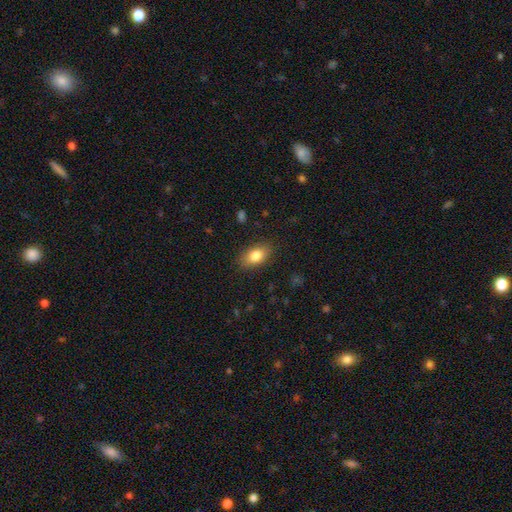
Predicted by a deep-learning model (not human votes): A smooth galaxy with no disk features (82%) that is in between round and cigar-shaped (90%).

Vote fractions:
- Smooth or featured? smooth: 82% / featured or disk: 10% / star or artifact: 8%
- How rounded? in between: 90% / round: 7% / cigar-shaped: 3%
- Merging? none: 87% / minor disturbance: 10% / major disturbance: 3% / merger: 1%